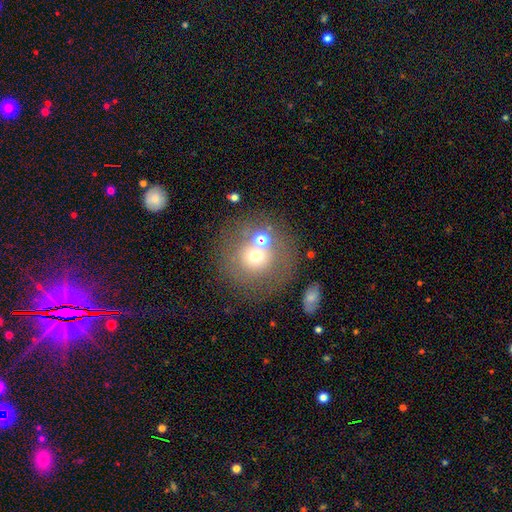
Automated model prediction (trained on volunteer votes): A smooth galaxy with no disk features (59%) that is round (90%).

Vote fractions:
- Smooth or featured? smooth: 59% / featured or disk: 22% / star or artifact: 18%
- How rounded? round: 90% / in between: 9% / cigar-shaped: 1%
- Merging? none: 61% / merger: 19% / minor disturbance: 12% / major disturbance: 8%